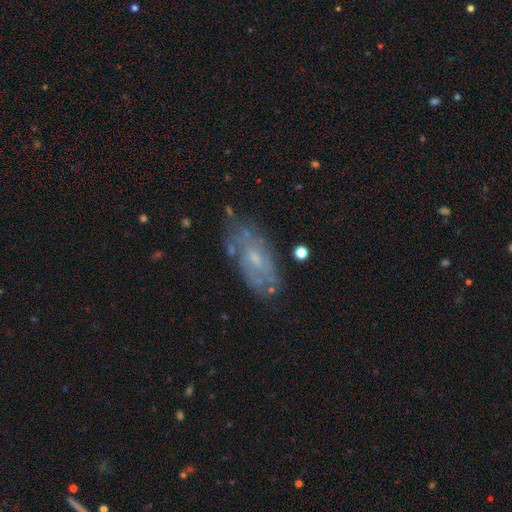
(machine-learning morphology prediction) Smooth or featured? featured or disk (57%)
Edge-on disk? no (87%)
Bar? no (73%)
Spiral arms? yes (57%)
Bulge size? small (62%)
Merging? none (73%)